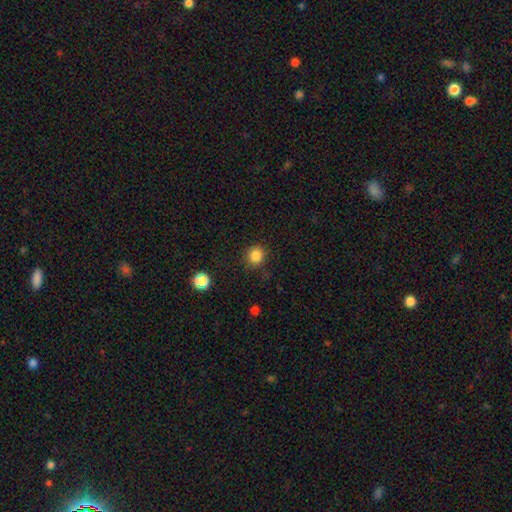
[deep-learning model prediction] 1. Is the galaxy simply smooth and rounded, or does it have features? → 85% smooth, 12% star or artifact, 4% featured or disk.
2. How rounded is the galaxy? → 90% round, 9% in between, 1% cigar-shaped.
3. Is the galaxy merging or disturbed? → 87% none, 9% minor disturbance, 3% major disturbance, 1% merger.